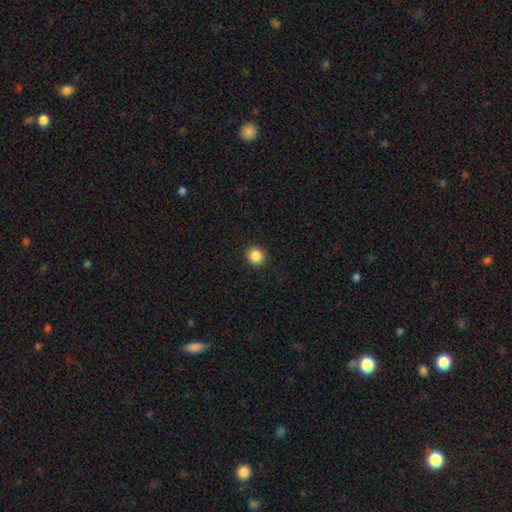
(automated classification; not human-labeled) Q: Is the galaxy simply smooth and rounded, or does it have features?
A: smooth — 87%.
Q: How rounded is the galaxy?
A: round — 92%.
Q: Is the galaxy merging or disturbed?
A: none — 92%.